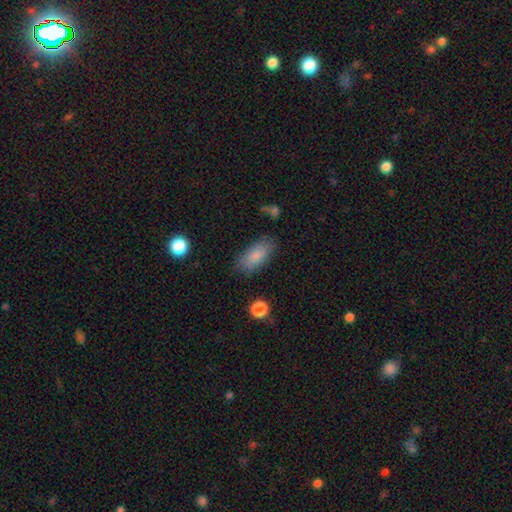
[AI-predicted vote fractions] Smooth or featured?
  - smooth: 83% *
  - featured or disk: 10%
  - star or artifact: 7%
How rounded?
  - in between: 87% *
  - cigar-shaped: 11%
  - round: 3%
Merging?
  - none: 80% *
  - minor disturbance: 14%
  - major disturbance: 4%
  - merger: 2%